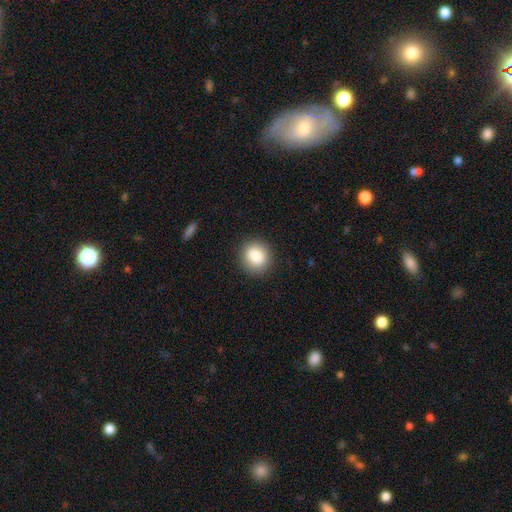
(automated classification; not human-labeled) A smooth galaxy with no disk features (86%) that is round (83%).

Vote fractions:
- Smooth or featured? smooth: 86% / star or artifact: 9% / featured or disk: 6%
- How rounded? round: 83% / in between: 16% / cigar-shaped: 1%
- Merging? none: 89% / minor disturbance: 8% / major disturbance: 2% / merger: 1%